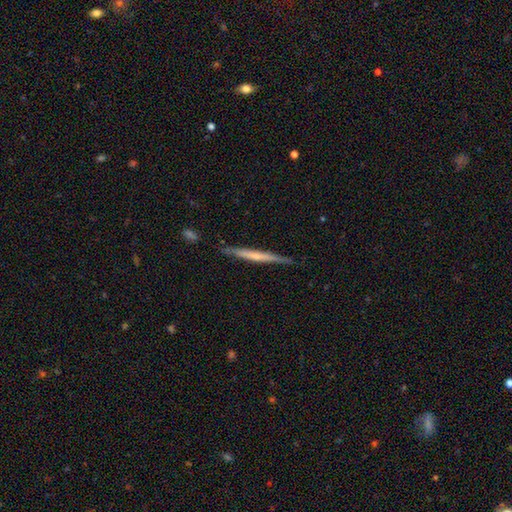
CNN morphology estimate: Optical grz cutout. It shows a featured or disk galaxy (54%) viewed edge-on (96%) with no central bulge (69%). Merging: none (85%).